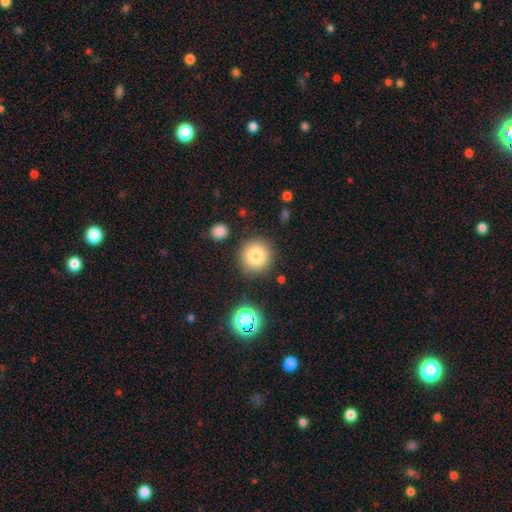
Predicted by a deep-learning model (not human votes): Smooth or featured? smooth (80%)
How rounded? round (94%)
Merging? none (86%)